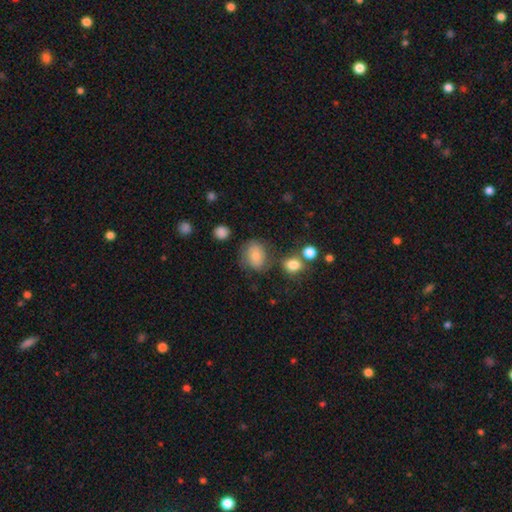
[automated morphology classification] type=smooth (74%); roundness=round (50%); merging=none (61%).